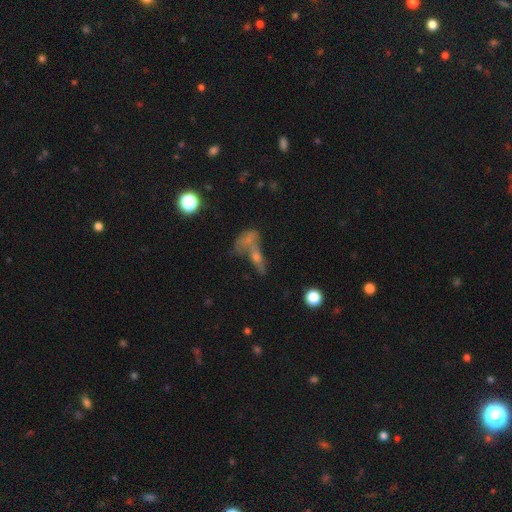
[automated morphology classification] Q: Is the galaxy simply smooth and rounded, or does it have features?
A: smooth — 43%.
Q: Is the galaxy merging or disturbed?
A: merger — 47%.